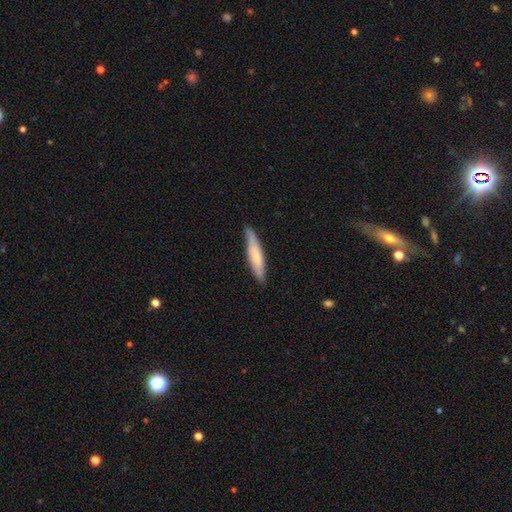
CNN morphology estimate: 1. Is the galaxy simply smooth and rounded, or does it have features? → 61% smooth, 34% featured or disk, 5% star or artifact.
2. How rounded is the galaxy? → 86% cigar-shaped, 13% in between, 1% round.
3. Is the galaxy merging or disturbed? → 82% none, 15% minor disturbance, 2% major disturbance, 1% merger.